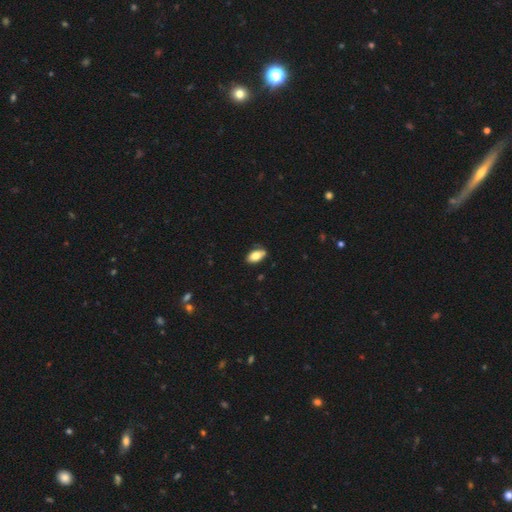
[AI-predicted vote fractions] Overall: smooth (79%). How rounded: in between (91%). Merging: none (80%).